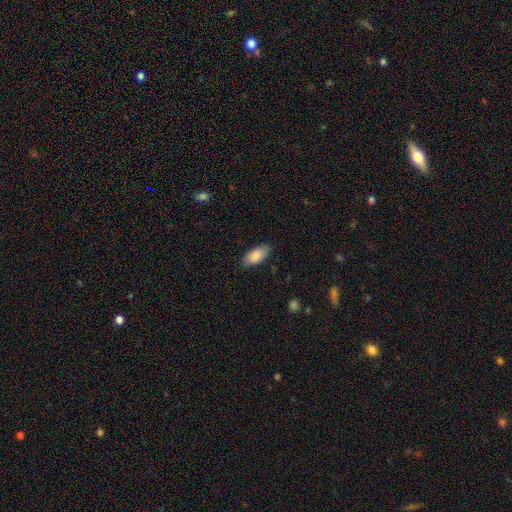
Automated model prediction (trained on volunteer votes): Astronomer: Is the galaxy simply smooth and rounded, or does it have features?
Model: smooth — 86%.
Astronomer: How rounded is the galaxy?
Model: in between — 90%.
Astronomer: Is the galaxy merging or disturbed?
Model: none — 84%.